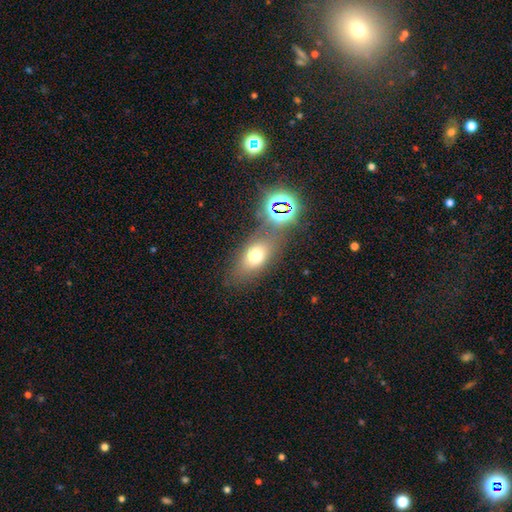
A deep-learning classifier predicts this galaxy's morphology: This appears to be a smooth galaxy with no disk features (65%) that is in between round and cigar-shaped (72%). Merging: none (66%).